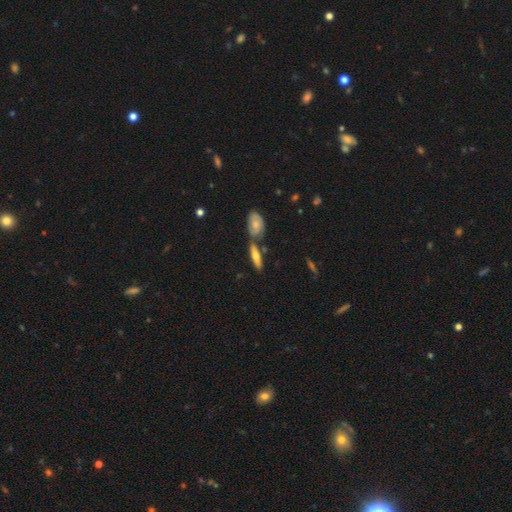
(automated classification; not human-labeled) Smooth or featured? smooth (59%)
How rounded? cigar-shaped (58%)
Merging? none (59%)